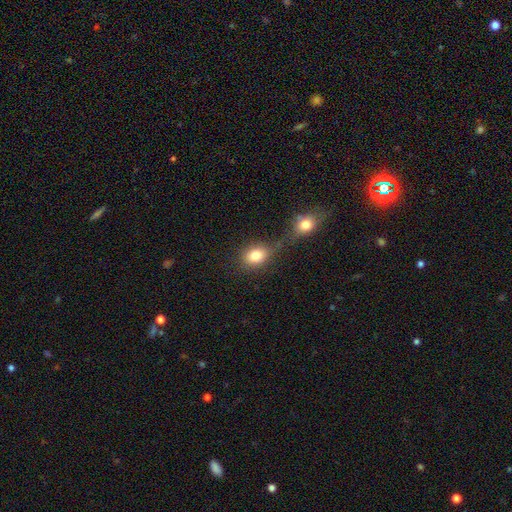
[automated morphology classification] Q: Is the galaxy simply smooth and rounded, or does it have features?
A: smooth — 82%.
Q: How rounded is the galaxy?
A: in between — 56%.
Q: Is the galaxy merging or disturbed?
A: none — 49%.